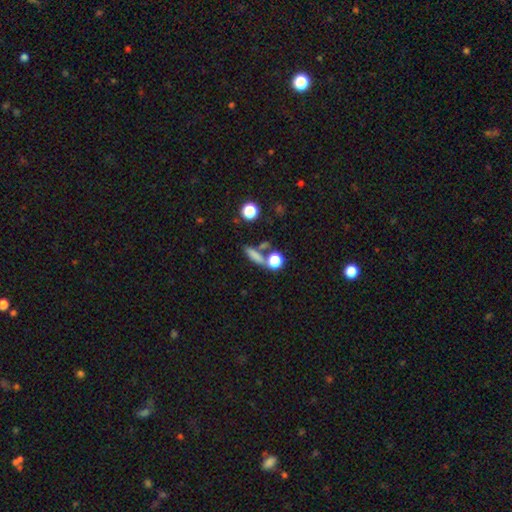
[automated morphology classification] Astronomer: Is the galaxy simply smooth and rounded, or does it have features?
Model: smooth — 75%.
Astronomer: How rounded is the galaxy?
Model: cigar-shaped — 45% (runner-up: in between, 35%).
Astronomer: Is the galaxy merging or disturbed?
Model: none — 60%.